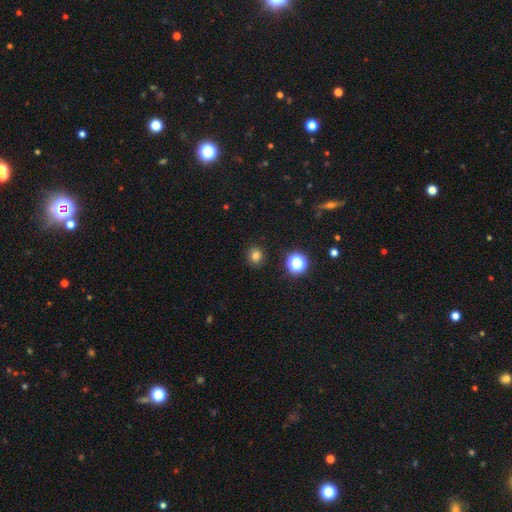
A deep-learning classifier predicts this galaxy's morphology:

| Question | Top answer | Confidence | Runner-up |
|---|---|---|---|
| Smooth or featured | smooth | 78% | star or artifact (15%) |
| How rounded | round | 81% | in between (18%) |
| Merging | none | 90% | minor disturbance (7%) |